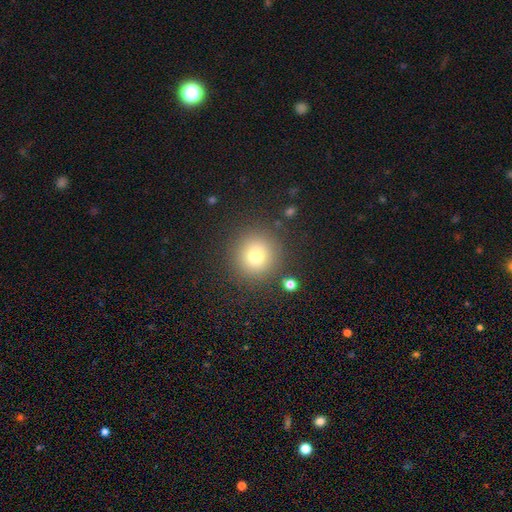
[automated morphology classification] The model was most divided on "smooth or featured": smooth: 76%, star or artifact: 14%, featured or disk: 10%. More confident: how rounded — round (94%); merging — none (87%).